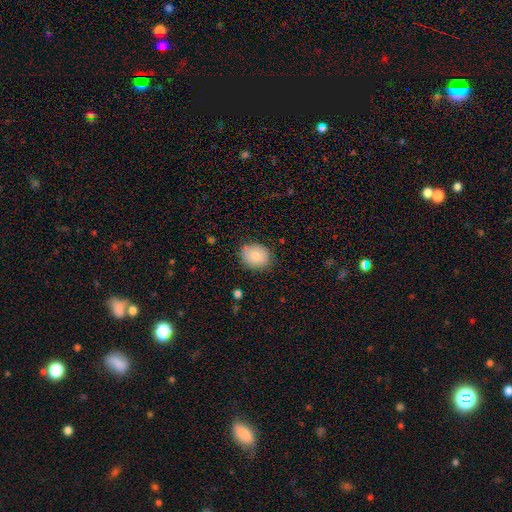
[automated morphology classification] smooth 79%, featured or disk 13%, star or artifact 8%. Down the decision tree: how rounded — round (53%); merging — none (81%).